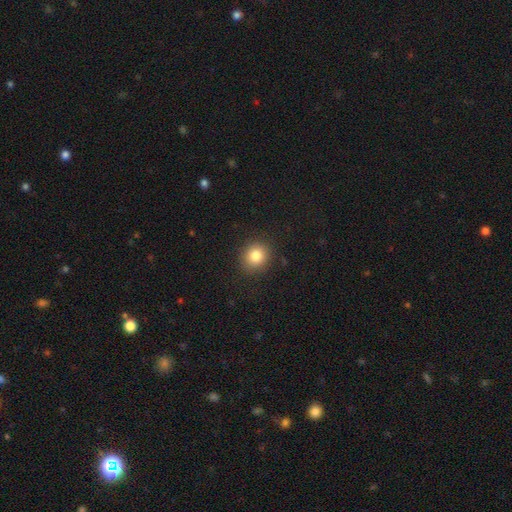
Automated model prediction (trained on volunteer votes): Smooth or featured: smooth — 82% (star or artifact — 11%)
How rounded: round — 82% (in between — 17%)
Merging: none — 89% (minor disturbance — 7%)